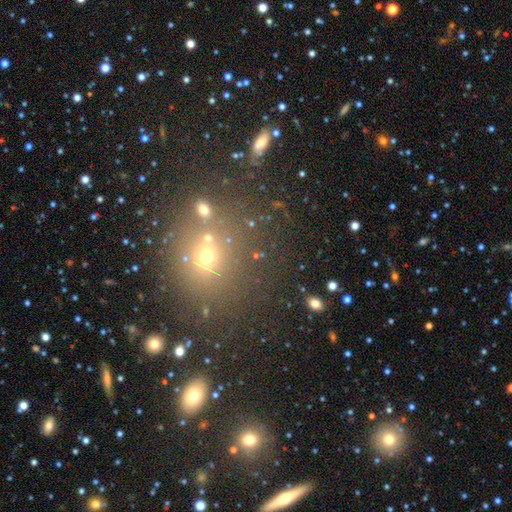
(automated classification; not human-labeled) Overall: smooth (51%; star or artifact 38%). How rounded: round (73%). Merging: none (70%).